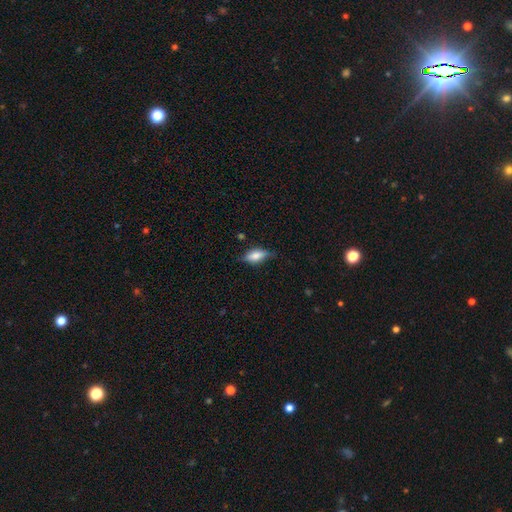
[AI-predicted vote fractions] Smooth or featured? smooth (63%)
How rounded? in between (77%)
Merging? none (68%)